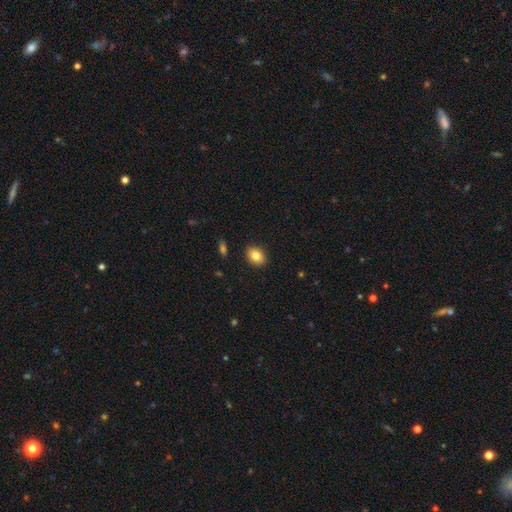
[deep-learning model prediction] Overall: smooth (83%). How rounded: in between (60%; round 39%). Merging: none (90%).